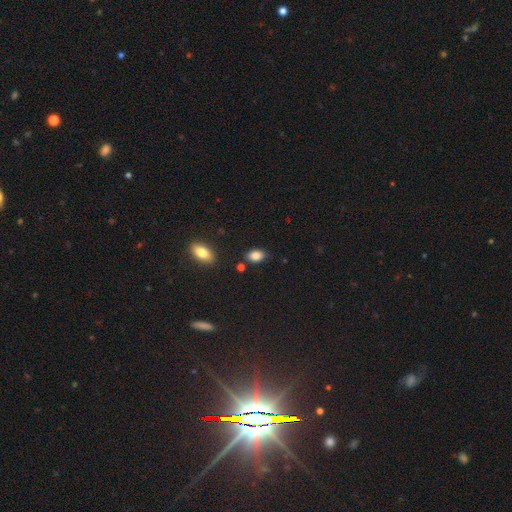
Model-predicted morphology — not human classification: Smooth or featured? Predicted: smooth (p=0.86). How rounded? Predicted: in between (p=0.84). Merging? Predicted: none (p=0.78).